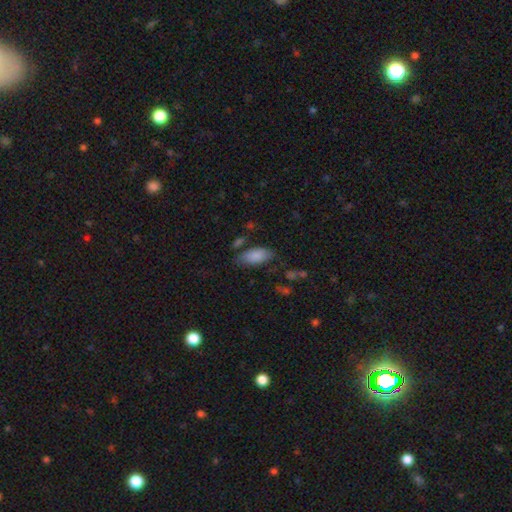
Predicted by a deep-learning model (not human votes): smooth 87%, star or artifact 7%, featured or disk 6%. Down the decision tree: how rounded — in between (92%); merging — none (71%).